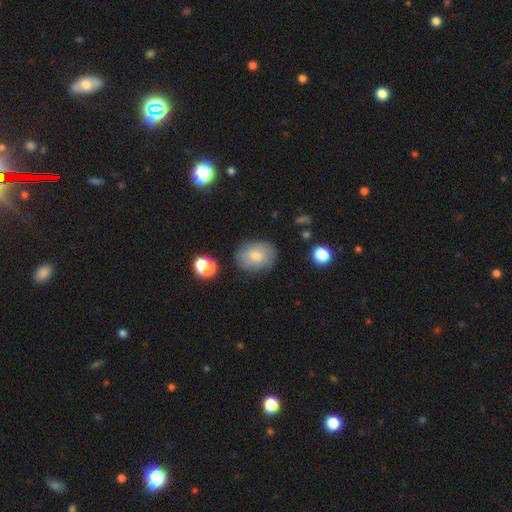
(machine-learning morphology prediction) smooth 67%, featured or disk 24%, star or artifact 9%. Down the decision tree: how rounded — in between (65%); merging — none (74%).